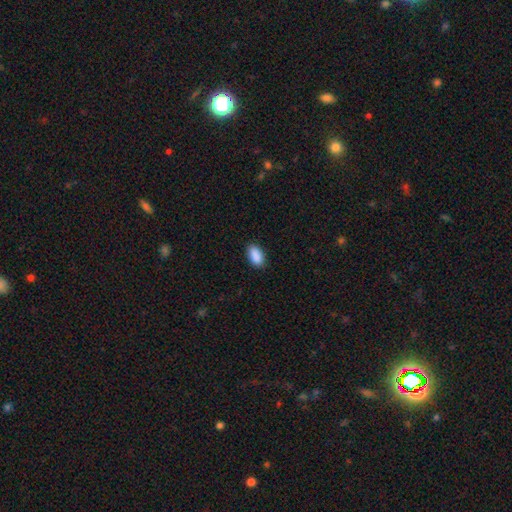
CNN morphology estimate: smooth_or_featured: smooth (p=0.91) [alt: star or artifact p=0.07]
how_rounded: in between (p=0.94) [alt: round p=0.04]
merging: none (p=0.89) [alt: minor disturbance p=0.09]